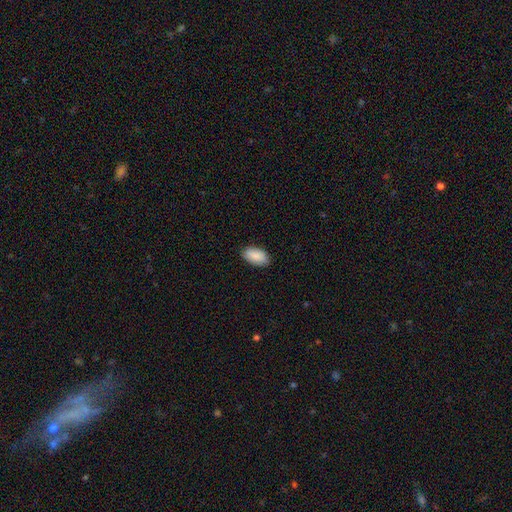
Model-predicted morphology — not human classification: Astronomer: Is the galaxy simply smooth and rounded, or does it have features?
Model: smooth — 90%.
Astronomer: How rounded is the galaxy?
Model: in between — 94%.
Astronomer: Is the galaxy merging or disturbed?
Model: none — 87%.